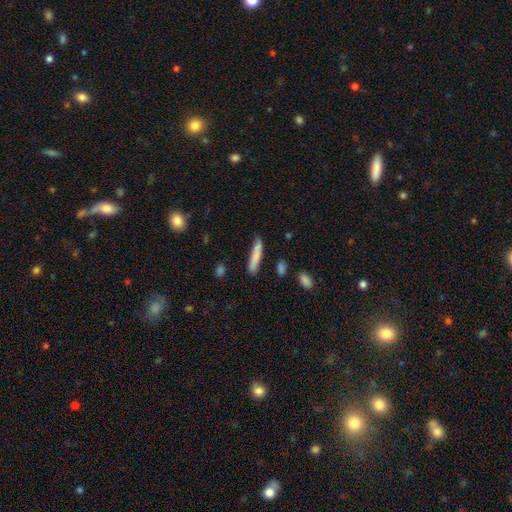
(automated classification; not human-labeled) Smooth or featured?
  - smooth: 82% *
  - featured or disk: 12%
  - star or artifact: 6%
How rounded?
  - cigar-shaped: 90% *
  - in between: 8%
  - round: 1%
Merging?
  - none: 86% *
  - minor disturbance: 10%
  - merger: 2%
  - major disturbance: 2%